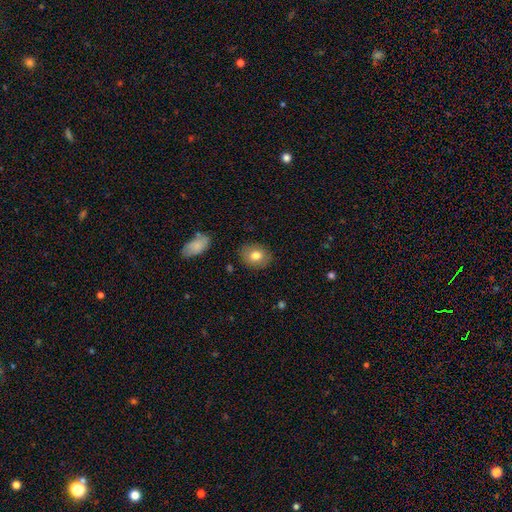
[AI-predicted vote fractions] Smooth or featured: smooth — 79% (featured or disk — 13%)
How rounded: round — 51% (in between — 48%)
Merging: none — 86% (minor disturbance — 10%)